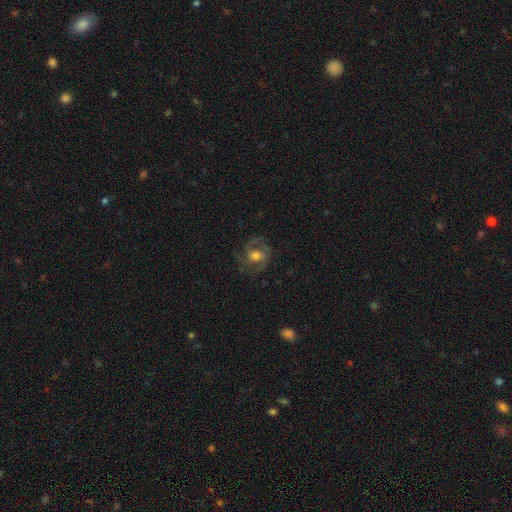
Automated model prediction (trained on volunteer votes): Smooth or featured? featured or disk (68%)
Edge-on disk? no (97%)
Bar? no (50%)
Spiral arms? yes (89%)
Spiral winding? medium (53%)
Spiral arm count? 2 (62%)
Bulge size? moderate (63%)
Merging? none (69%)